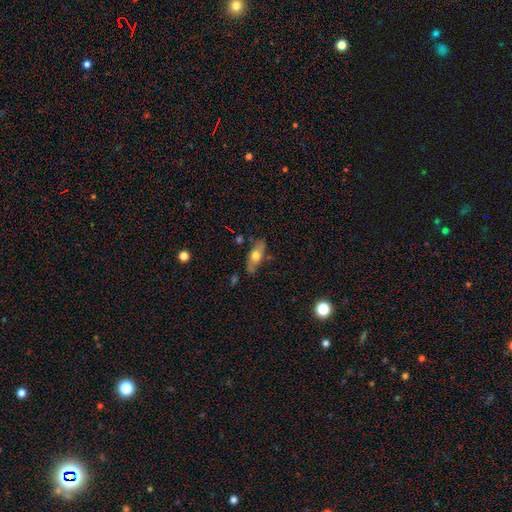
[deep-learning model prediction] This appears to be a smooth galaxy with no disk features (55%) that is in between round and cigar-shaped (65%). Merging: none (76%).